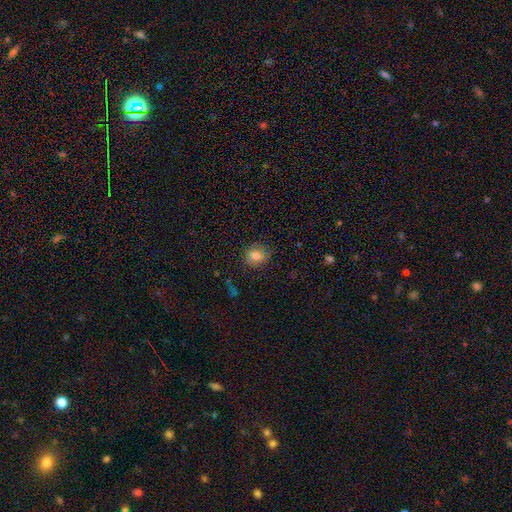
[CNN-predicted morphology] Overall: smooth (78%). How rounded: round (69%; in between 30%). Merging: none (79%).